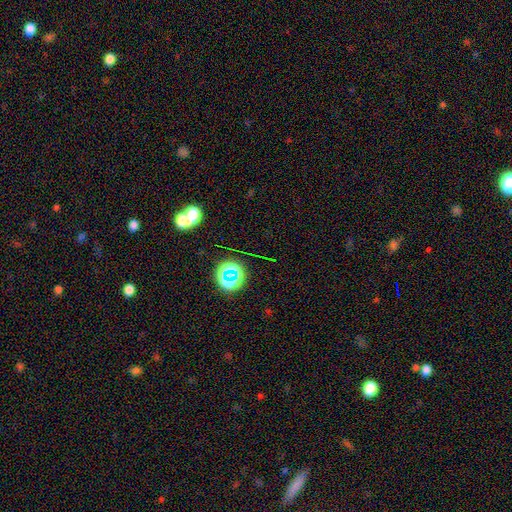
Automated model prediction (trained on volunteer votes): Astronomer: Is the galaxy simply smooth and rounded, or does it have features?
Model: star or artifact — 70%.